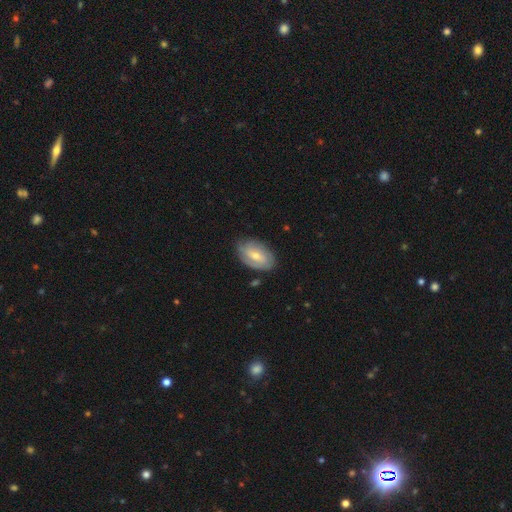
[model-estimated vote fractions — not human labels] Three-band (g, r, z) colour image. It shows a featured or disk galaxy (58%) with a weak bar (44%), spiral arms (78%) and a moderate central bulge (49%). Merging: none (77%).